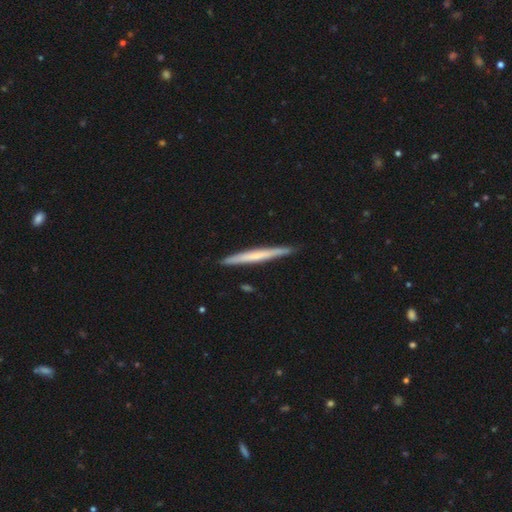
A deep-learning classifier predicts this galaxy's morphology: Smooth or featured? featured or disk (49%)
Merging? none (90%)